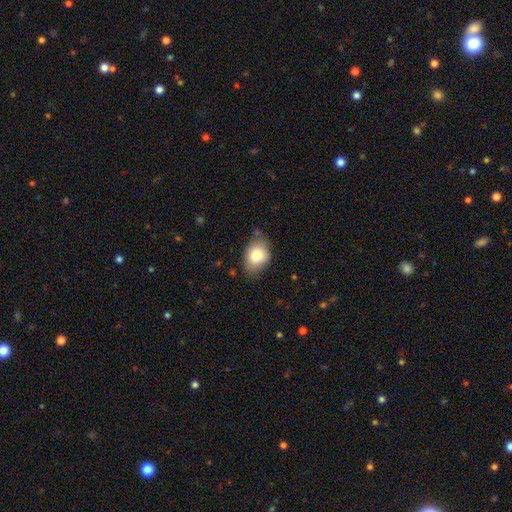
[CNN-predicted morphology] A smooth galaxy with no disk features (82%) that is in between round and cigar-shaped (76%).

Vote fractions:
- Smooth or featured? smooth: 82% / featured or disk: 11% / star or artifact: 7%
- How rounded? in between: 76% / round: 23% / cigar-shaped: 1%
- Merging? none: 66% / minor disturbance: 26% / major disturbance: 6% / merger: 2%